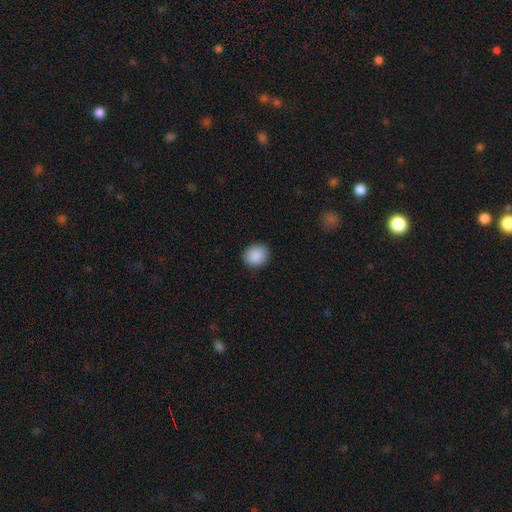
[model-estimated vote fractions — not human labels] Morphology: type=smooth (90%); roundness=round (78%); merging=none (89%).